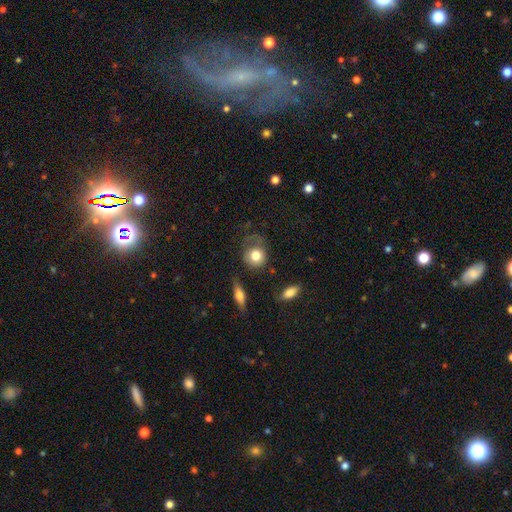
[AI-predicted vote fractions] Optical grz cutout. It shows a smooth galaxy with no disk features (77%) that is round (75%). Merging: none (45%).